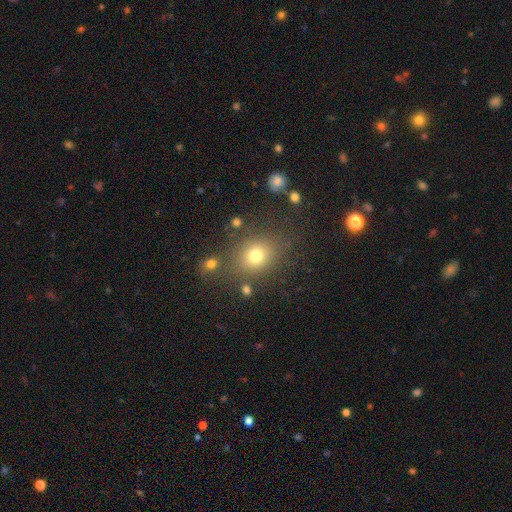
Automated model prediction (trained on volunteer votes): This appears to be a smooth galaxy with no disk features (74%) that is round (61%). Merging: none (76%).